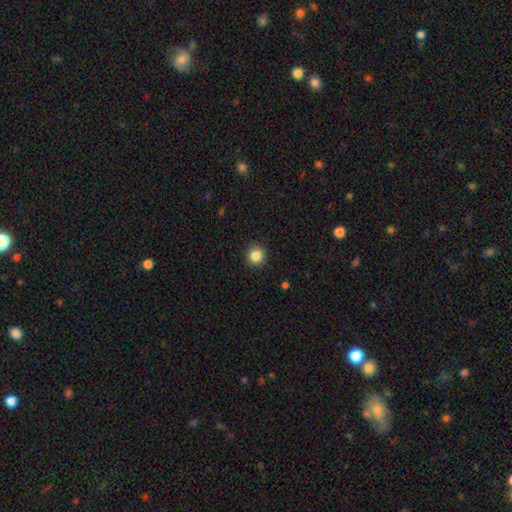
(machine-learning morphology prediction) Smooth or featured?
  - smooth: 86% *
  - star or artifact: 10%
  - featured or disk: 4%
How rounded?
  - round: 94% *
  - in between: 5%
  - cigar-shaped: 1%
Merging?
  - none: 92% *
  - minor disturbance: 5%
  - major disturbance: 2%
  - merger: 1%